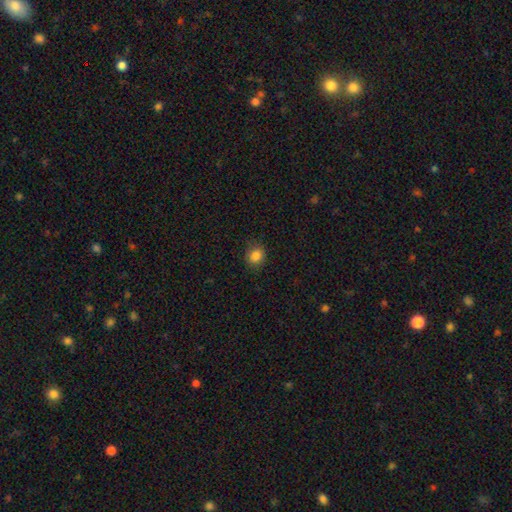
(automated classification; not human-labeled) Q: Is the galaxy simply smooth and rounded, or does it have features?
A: smooth — 84%.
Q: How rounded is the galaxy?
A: round — 68%.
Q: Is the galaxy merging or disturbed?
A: none — 82%.